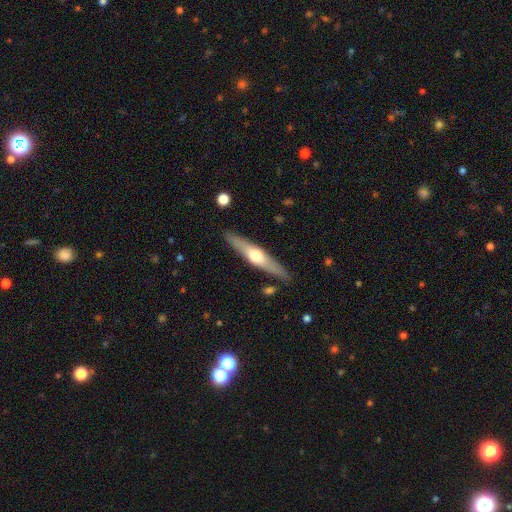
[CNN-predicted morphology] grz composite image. It shows a featured or disk galaxy (60%) viewed edge-on (94%) with a rounded central bulge (92%). Merging: none (88%).